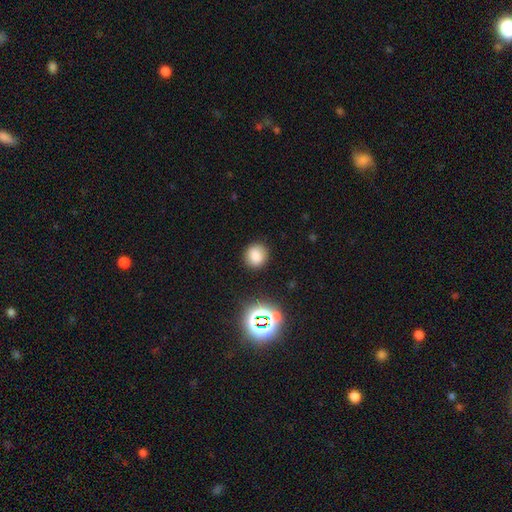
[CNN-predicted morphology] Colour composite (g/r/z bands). It shows a smooth galaxy with no disk features (80%) that is round (83%). Merging: none (87%).